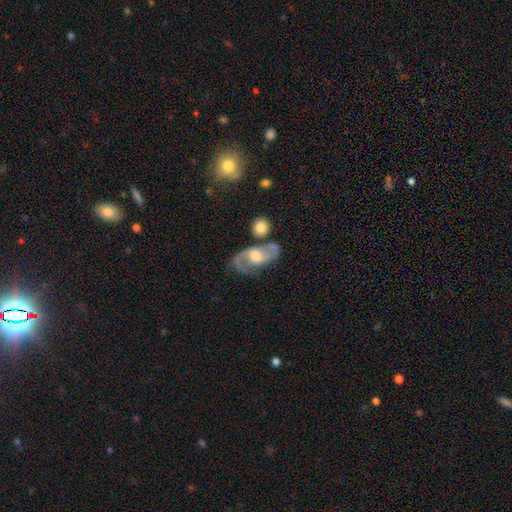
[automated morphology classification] This appears to be a featured or disk galaxy (82%) with no bar (50%), 2 (89%) medium (54%) spiral arms (91%) and a moderate central bulge (67%). Merging: none (66%).